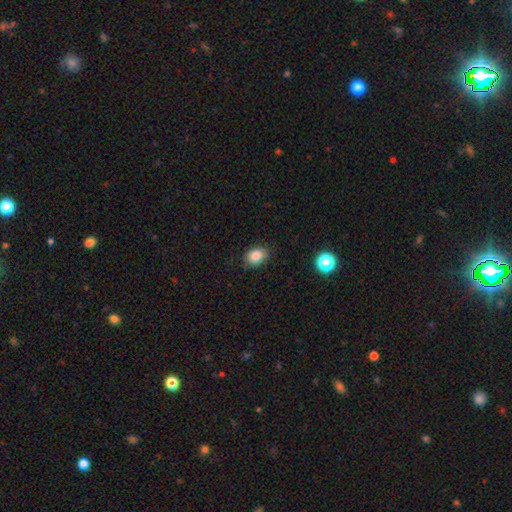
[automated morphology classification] type=smooth (86%); roundness=in between (63%); merging=none (78%).